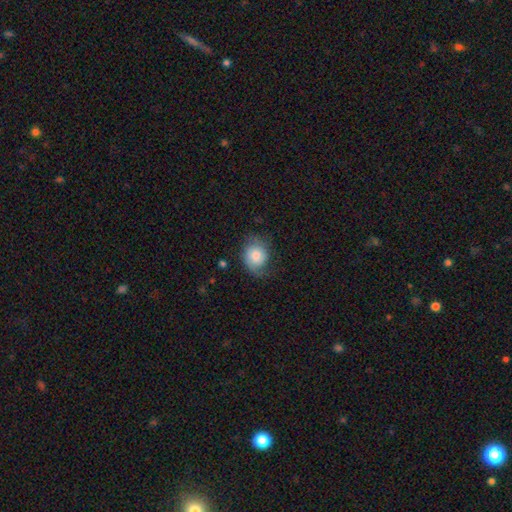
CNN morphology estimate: smooth_or_featured: smooth (p=0.66) [alt: featured or disk p=0.27]
how_rounded: round (p=0.62) [alt: in between p=0.37]
merging: none (p=0.54) [alt: minor disturbance p=0.30]